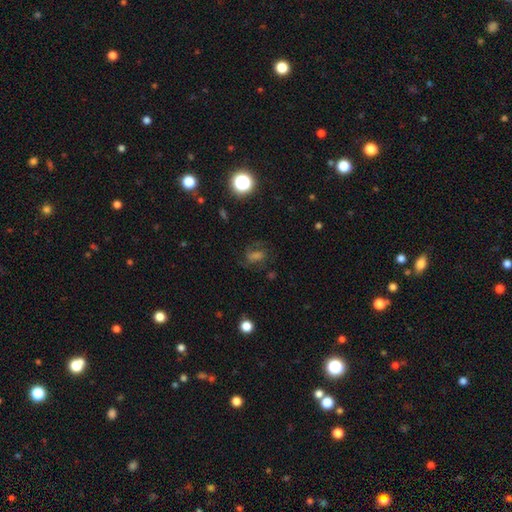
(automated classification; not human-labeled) Morphology: type=featured or disk (38%); merging=none (69%).